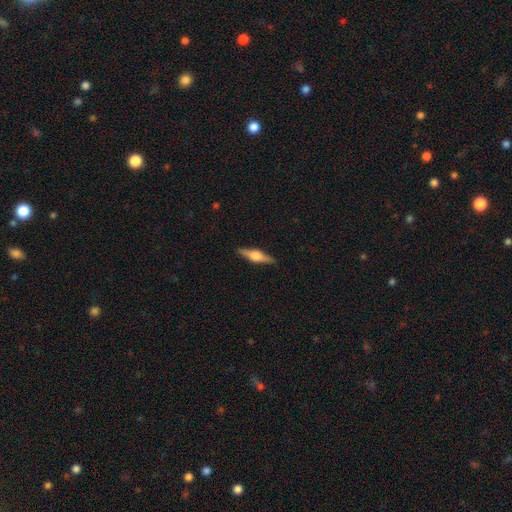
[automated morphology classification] Smooth or featured? Predicted: featured or disk (p=0.68). Edge-on disk? Predicted: yes (p=0.97). Edge-on bulge? Predicted: rounded (p=0.91). Merging? Predicted: none (p=0.89).